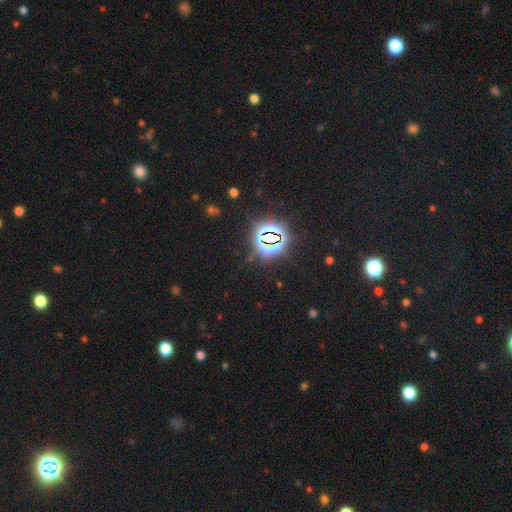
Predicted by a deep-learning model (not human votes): A star or artifact, not a galaxy (82%).